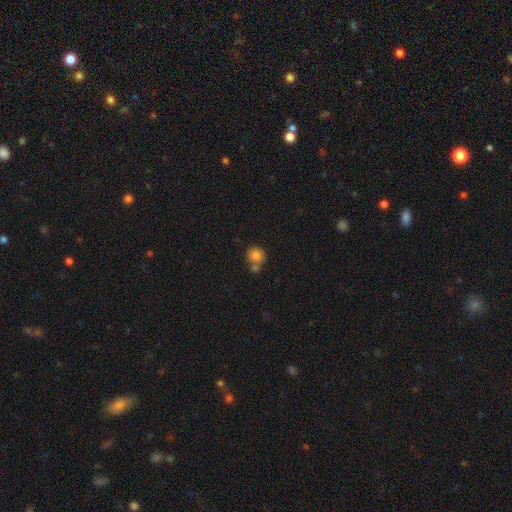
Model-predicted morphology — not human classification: This appears to be a smooth galaxy with no disk features (81%) that is round (88%). Merging: none (52%).